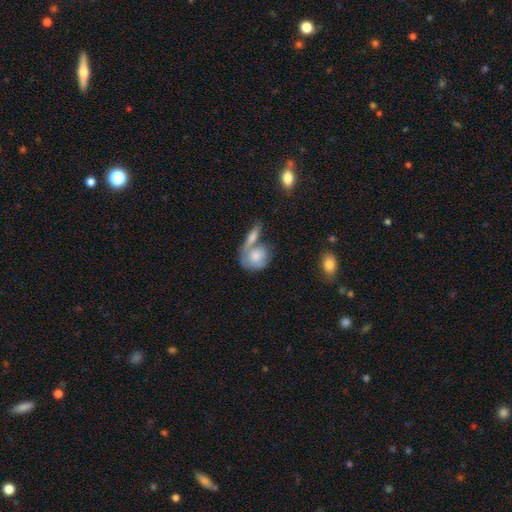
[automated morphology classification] Smooth or featured? smooth (66%)
How rounded? round (51%)
Merging? merger (49%)